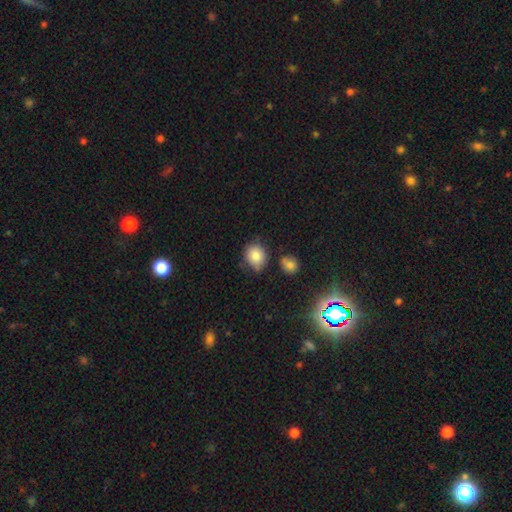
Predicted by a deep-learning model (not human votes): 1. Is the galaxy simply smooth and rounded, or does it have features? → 82% smooth, 10% star or artifact, 8% featured or disk.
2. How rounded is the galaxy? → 68% round, 31% in between, 1% cigar-shaped.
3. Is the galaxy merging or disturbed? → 66% none, 23% minor disturbance, 7% merger, 5% major disturbance.